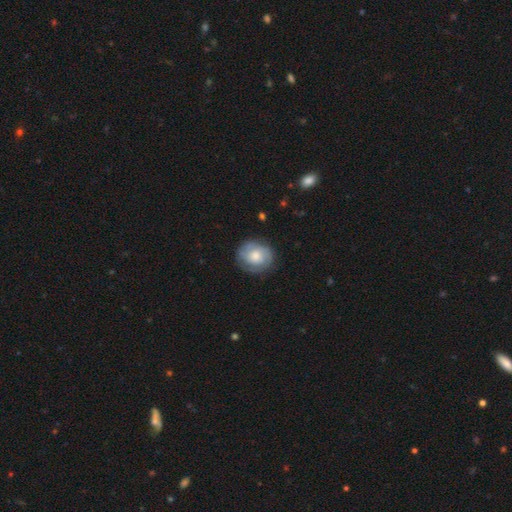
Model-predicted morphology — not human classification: Overall: smooth (47%; featured or disk 46%). Merging: none (78%).